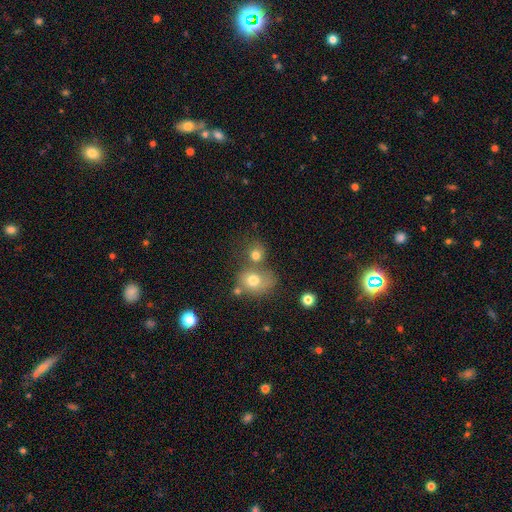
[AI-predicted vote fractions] smooth_or_featured: smooth (p=0.72) [alt: star or artifact p=0.14]
how_rounded: round (p=0.71) [alt: in between p=0.28]
merging: none (p=0.43) [alt: merger p=0.40]